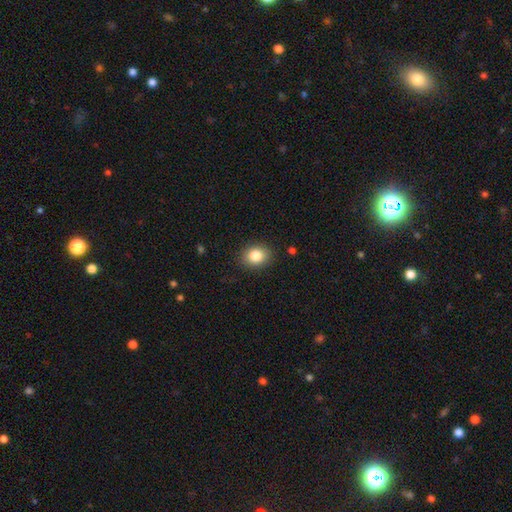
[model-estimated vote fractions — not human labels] Q: Smooth or featured?
A: smooth (84%); runner-up: star or artifact (9%)
Q: How rounded?
A: round (52%); runner-up: in between (47%)
Q: Merging?
A: none (88%); runner-up: minor disturbance (8%)